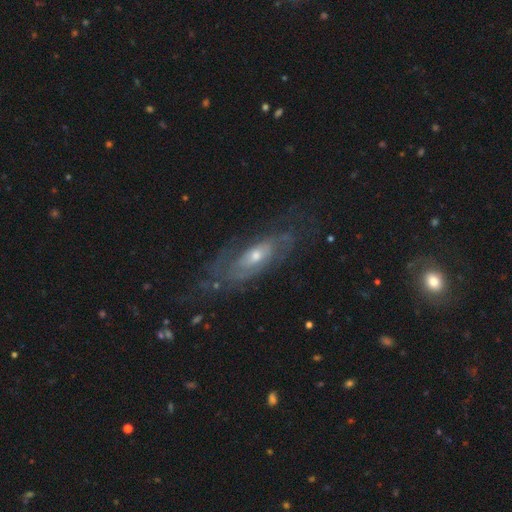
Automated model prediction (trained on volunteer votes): A featured or disk galaxy (78%) with no bar (69%), tight (55%) spiral arms (78%) and a moderate central bulge (52%).

Vote fractions:
- Smooth or featured? featured or disk: 78% / smooth: 16% / star or artifact: 6%
- Edge-on disk? no: 85% / yes: 15%
- Bar? no: 69% / weak: 25% / strong: 6%
- Spiral arms? yes: 78% / no: 22%
- Spiral winding? tight: 55% / medium: 32% / loose: 13%
- Spiral arm count? can't tell: 49% / 2: 34% / 3: 6% / 1: 6% / 4: 3% / more than 4: 3%
- Bulge size? moderate: 52% / small: 42% / large: 3% / none: 1% / dominant: 1%
- Merging? none: 66% / minor disturbance: 19% / major disturbance: 13% / merger: 2%